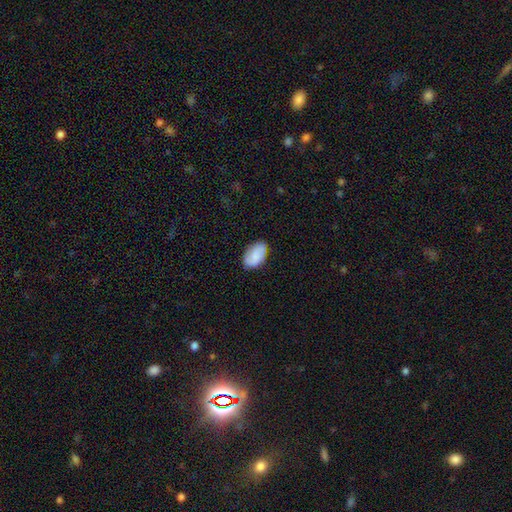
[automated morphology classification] type=smooth (78%); roundness=in between (93%); merging=none (76%).